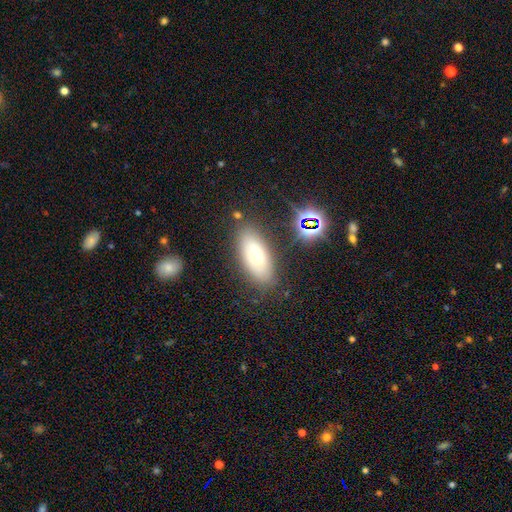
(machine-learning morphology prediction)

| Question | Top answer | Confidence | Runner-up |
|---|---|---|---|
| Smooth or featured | smooth | 67% | featured or disk (22%) |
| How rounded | in between | 84% | cigar-shaped (12%) |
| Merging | none | 82% | minor disturbance (12%) |